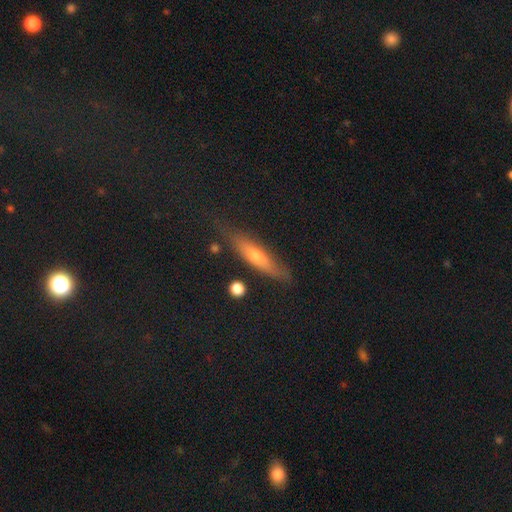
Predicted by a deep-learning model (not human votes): Smooth or featured? smooth (53%)
How rounded? cigar-shaped (76%)
Merging? none (77%)